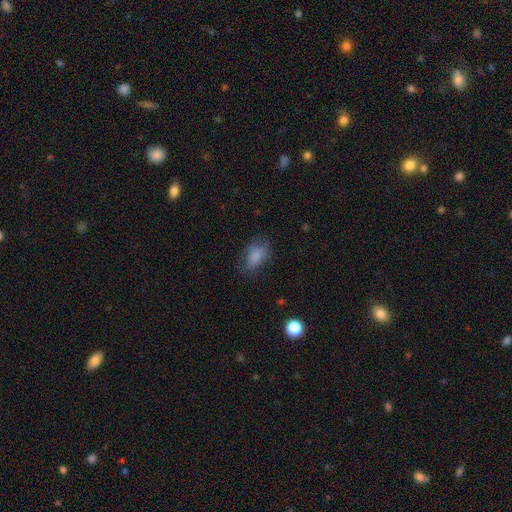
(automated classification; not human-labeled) Overall: smooth (79%). How rounded: in between (86%). Merging: none (57%; minor disturbance 27%).